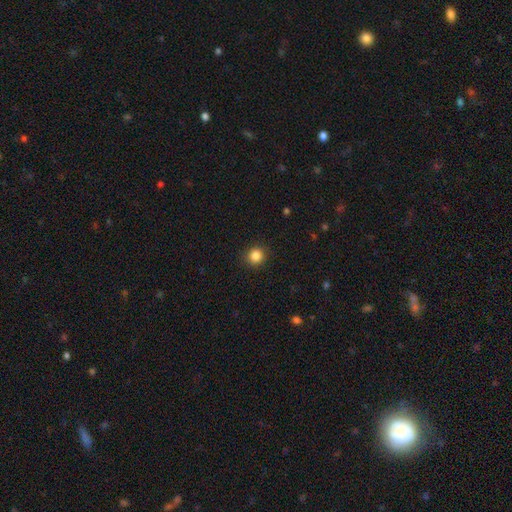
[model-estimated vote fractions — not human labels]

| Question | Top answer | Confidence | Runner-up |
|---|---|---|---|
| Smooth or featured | smooth | 85% | star or artifact (11%) |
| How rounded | round | 91% | in between (9%) |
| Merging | none | 91% | minor disturbance (6%) |